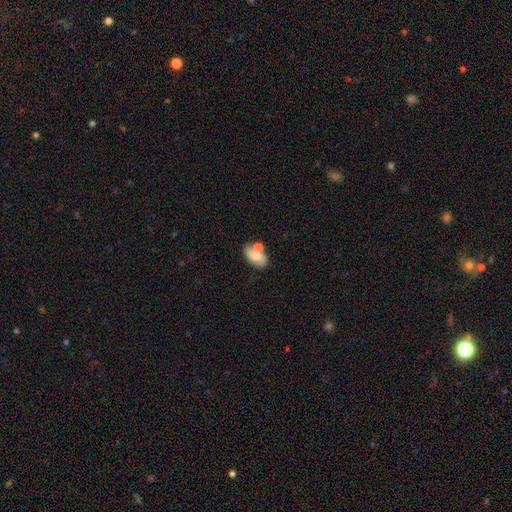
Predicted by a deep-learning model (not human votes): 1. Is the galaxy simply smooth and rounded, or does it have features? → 65% smooth, 27% featured or disk, 8% star or artifact.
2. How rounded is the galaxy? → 89% in between, 8% round, 3% cigar-shaped.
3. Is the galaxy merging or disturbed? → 46% none, 30% merger, 18% minor disturbance, 6% major disturbance.